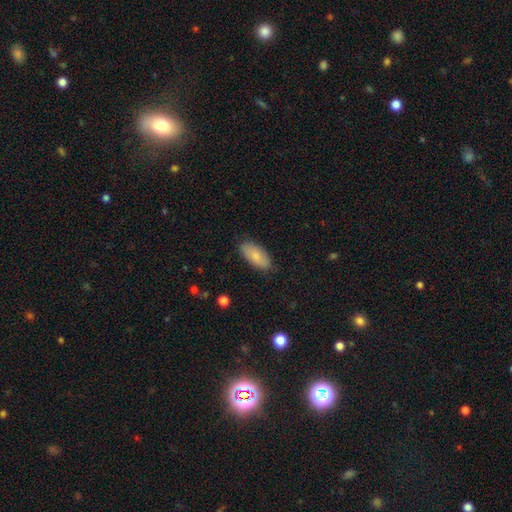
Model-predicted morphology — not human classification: The model was most divided on "smooth or featured": smooth: 83%, featured or disk: 11%, star or artifact: 6%. More confident: how rounded — in between (90%); merging — none (86%).